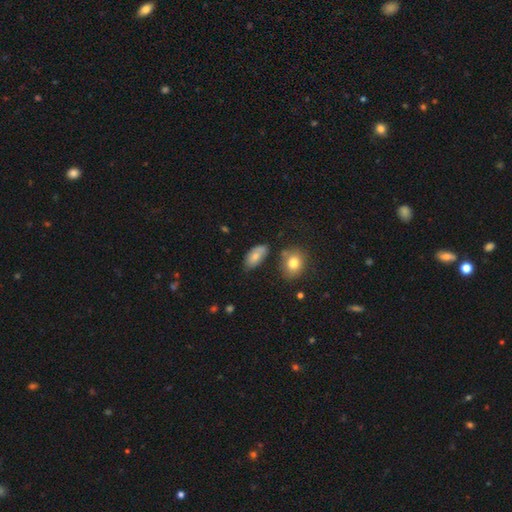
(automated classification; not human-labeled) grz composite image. It shows a smooth galaxy with no disk features (74%) that is in between round and cigar-shaped (91%). Merging: none (56%).